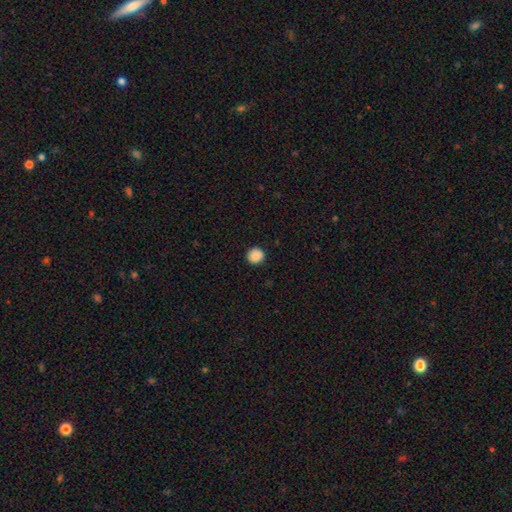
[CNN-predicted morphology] This appears to be a smooth galaxy with no disk features (88%) that is round (93%). Merging: none (91%).